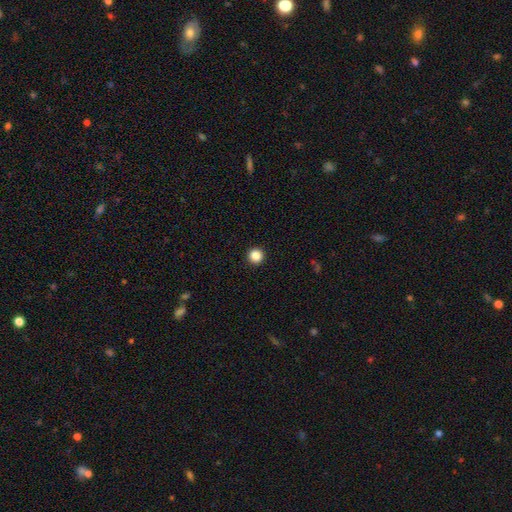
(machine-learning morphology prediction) Smooth or featured? smooth (86%)
How rounded? round (96%)
Merging? none (94%)